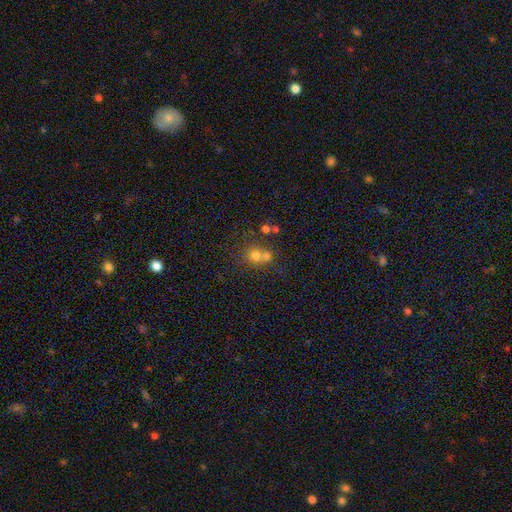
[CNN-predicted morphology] type=smooth (68%); roundness=round (79%); merging=merger (50%).